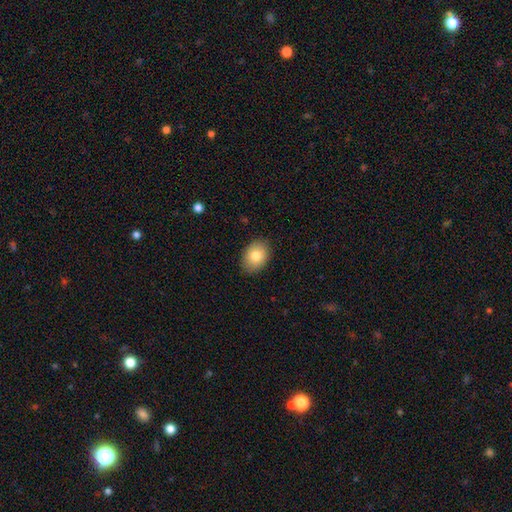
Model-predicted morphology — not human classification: Smooth or featured? Predicted: smooth (p=0.82). How rounded? Predicted: in between (p=0.72). Merging? Predicted: none (p=0.88).